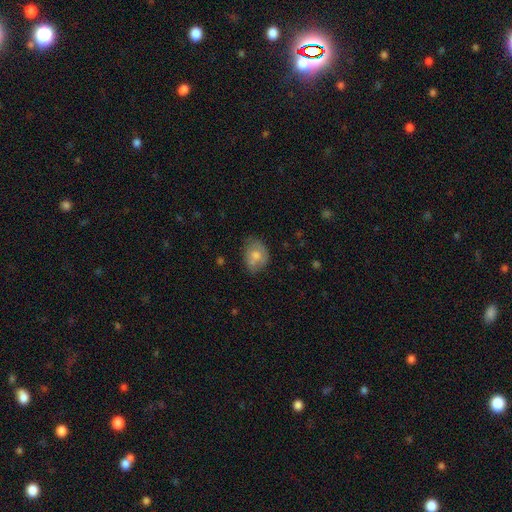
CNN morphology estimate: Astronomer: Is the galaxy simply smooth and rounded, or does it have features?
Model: smooth — 67%.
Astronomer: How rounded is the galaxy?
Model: in between — 61% (runner-up: round, 38%).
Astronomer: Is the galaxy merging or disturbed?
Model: none — 51% (runner-up: minor disturbance, 29%).